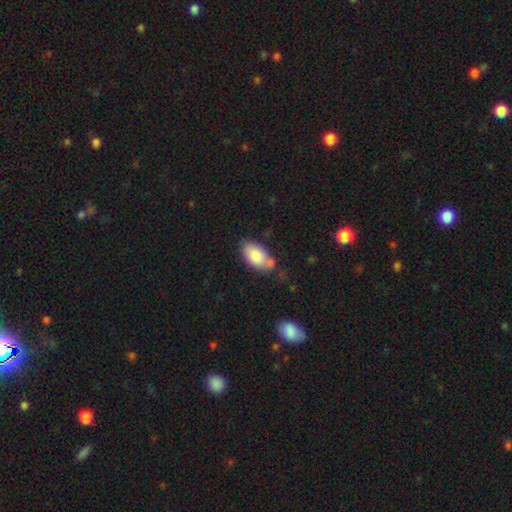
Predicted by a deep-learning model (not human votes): Smooth or featured? smooth (84%)
How rounded? in between (94%)
Merging? none (61%)